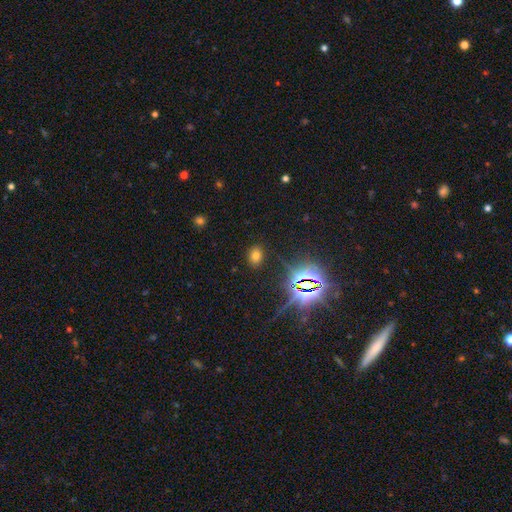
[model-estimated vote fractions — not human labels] Smooth or featured: smooth — 61% (star or artifact — 30%)
How rounded: in between — 66% (round — 33%)
Merging: none — 87% (minor disturbance — 8%)